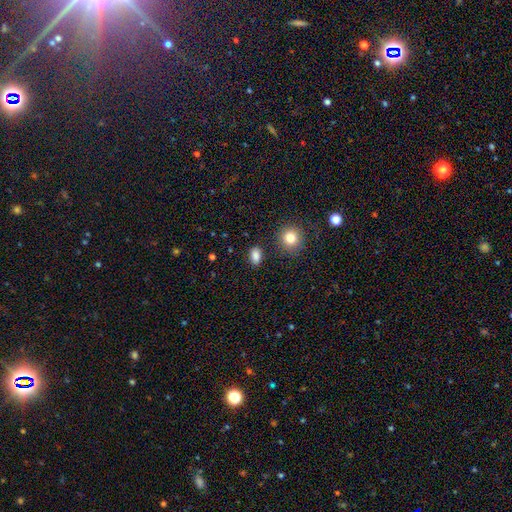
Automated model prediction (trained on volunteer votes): This is clearly a smooth galaxy (85%). How rounded: clearly in between (82%). Merging: clearly none (86%).